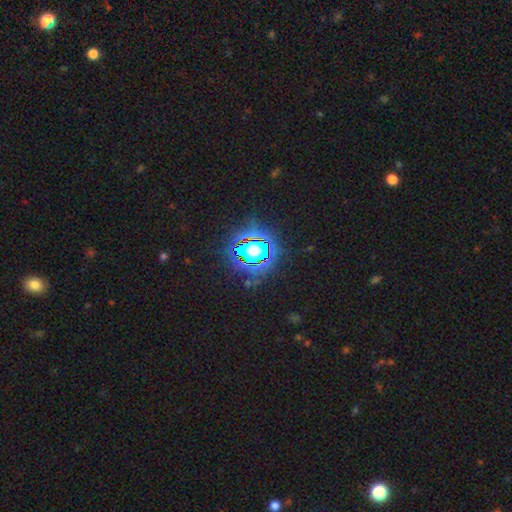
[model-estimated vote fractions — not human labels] smooth-or-featured: star or artifact: 80% | smooth: 12% | featured or disk: 8%